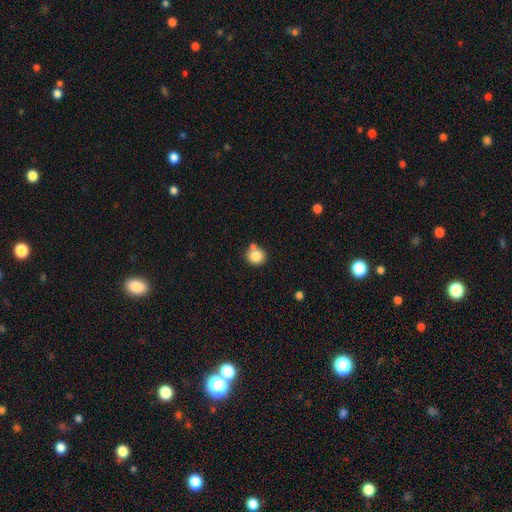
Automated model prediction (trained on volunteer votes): A smooth galaxy with no disk features (83%) that is round (87%).

Vote fractions:
- Smooth or featured? smooth: 83% / star or artifact: 10% / featured or disk: 7%
- How rounded? round: 87% / in between: 12% / cigar-shaped: 1%
- Merging? none: 64% / merger: 21% / minor disturbance: 12% / major disturbance: 3%